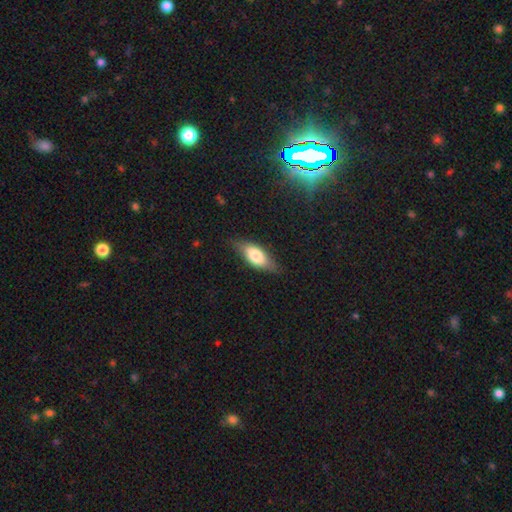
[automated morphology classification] smooth_or_featured: smooth (p=0.71) [alt: featured or disk p=0.22]
how_rounded: in between (p=0.80) [alt: cigar-shaped p=0.17]
merging: none (p=0.73) [alt: minor disturbance p=0.21]